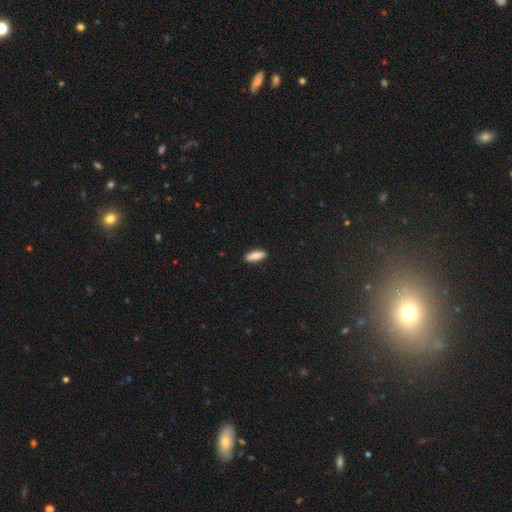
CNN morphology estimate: smooth_or_featured: smooth (p=0.85) [alt: featured or disk p=0.09]
how_rounded: in between (p=0.62) [alt: cigar-shaped p=0.36]
merging: none (p=0.89) [alt: minor disturbance p=0.09]